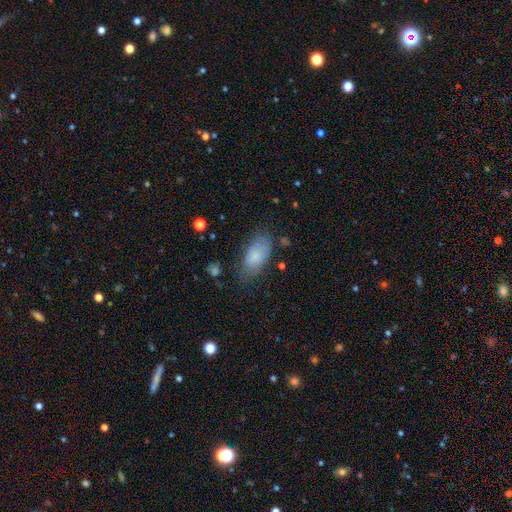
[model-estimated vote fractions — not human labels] The model was most divided on "merging": none: 65%, minor disturbance: 25%, major disturbance: 8%, merger: 2%. More confident: how rounded — in between (91%); smooth or featured — smooth (80%).